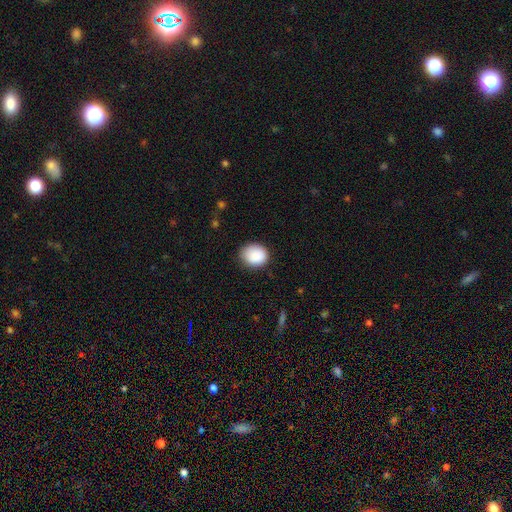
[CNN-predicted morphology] smooth 89%, star or artifact 8%, featured or disk 3%. Down the decision tree: how rounded — round (58%); merging — none (81%).